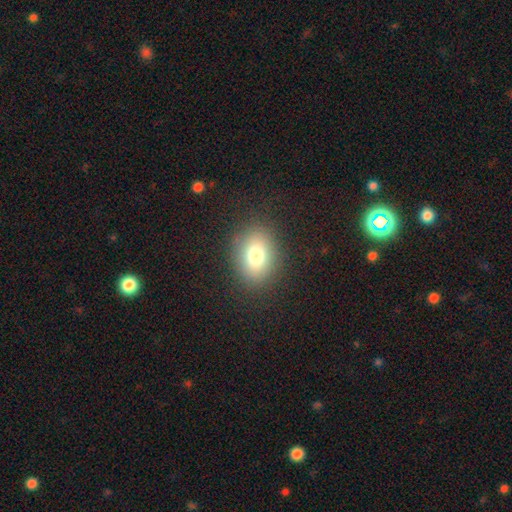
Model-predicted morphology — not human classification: smooth-or-featured: smooth: 77% | star or artifact: 12% | featured or disk: 11%
  how-rounded: in between: 64% | round: 35% | cigar-shaped: 1%
  merging: none: 86% | minor disturbance: 9% | major disturbance: 4% | merger: 1%